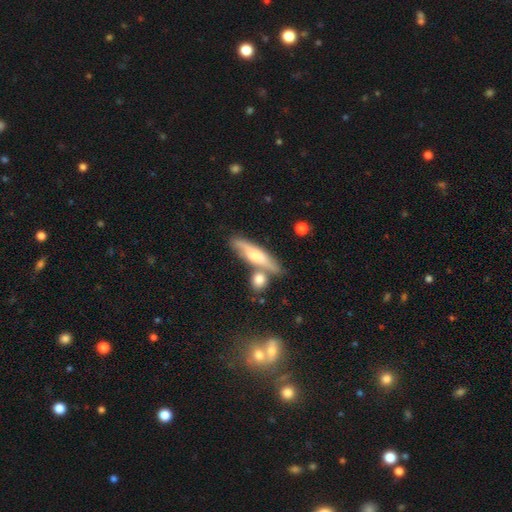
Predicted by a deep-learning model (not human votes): Smooth or featured: featured or disk — 48% (smooth — 46%)
Merging: none — 64% (merger — 18%)